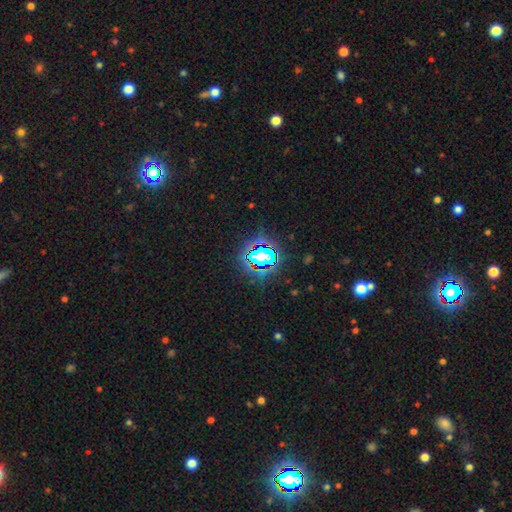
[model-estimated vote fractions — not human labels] This is likely a star or artifact rather than a galaxy (69%).